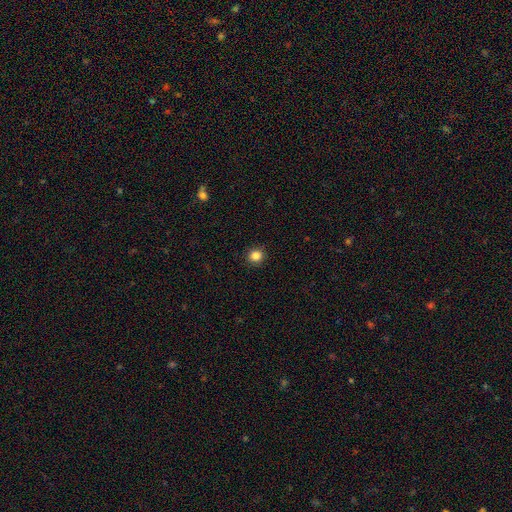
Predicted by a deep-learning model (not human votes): Morphology: type=smooth (85%); roundness=round (89%); merging=none (90%).